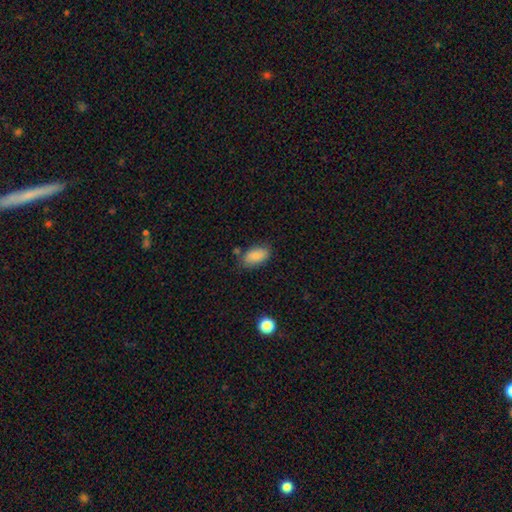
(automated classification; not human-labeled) smooth_or_featured: smooth (p=0.84) [alt: featured or disk p=0.08]
how_rounded: in between (p=0.93) [alt: round p=0.05]
merging: none (p=0.73) [alt: minor disturbance p=0.18]